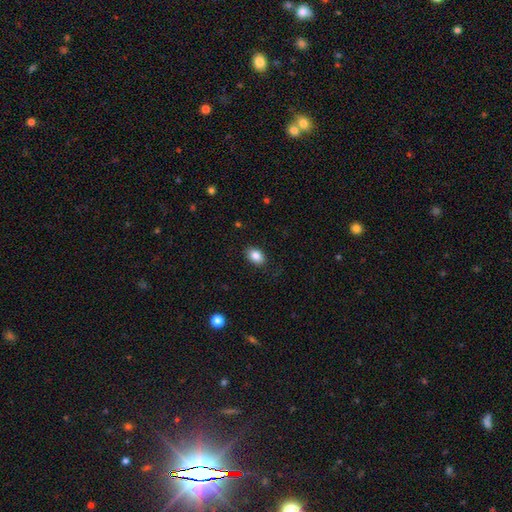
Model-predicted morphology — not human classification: Smooth or featured?
  - smooth: 86% *
  - star or artifact: 8%
  - featured or disk: 6%
How rounded?
  - in between: 84% *
  - round: 15%
  - cigar-shaped: 1%
Merging?
  - none: 87% *
  - minor disturbance: 10%
  - major disturbance: 3%
  - merger: 1%